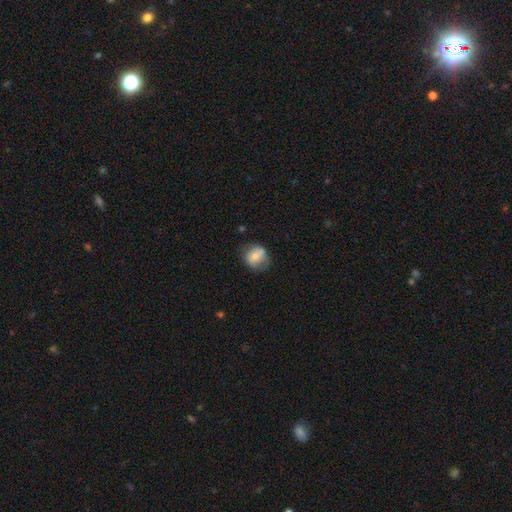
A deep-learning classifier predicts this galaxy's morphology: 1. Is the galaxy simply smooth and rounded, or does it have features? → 65% smooth, 27% featured or disk, 8% star or artifact.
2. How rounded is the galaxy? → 73% round, 26% in between, 1% cigar-shaped.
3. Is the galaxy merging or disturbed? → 55% none, 25% minor disturbance, 10% major disturbance, 9% merger.